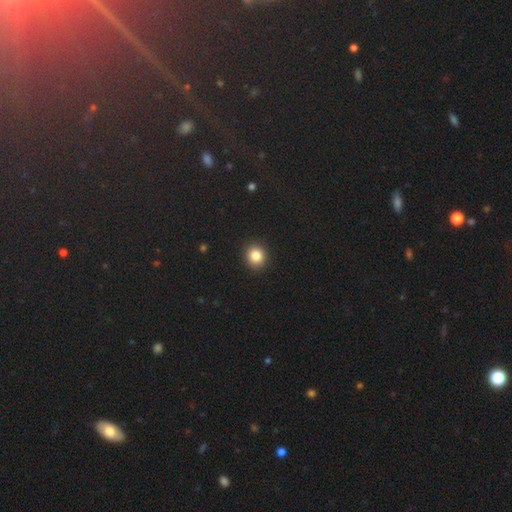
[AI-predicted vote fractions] This is clearly a smooth galaxy (84%). How rounded: clearly round (85%). Merging: clearly none (92%).